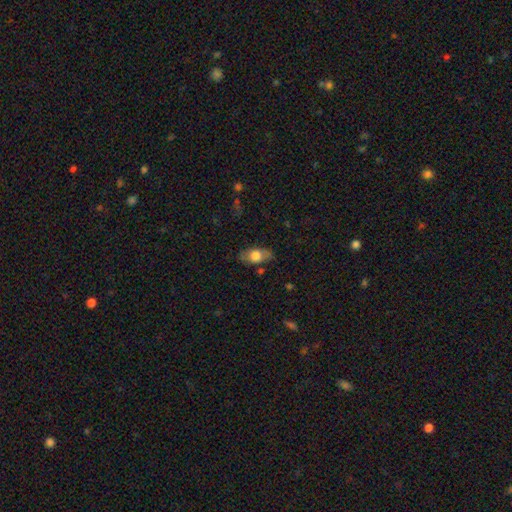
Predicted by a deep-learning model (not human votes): smooth-or-featured: smooth: 67% | featured or disk: 26% | star or artifact: 7%
  how-rounded: in between: 86% | round: 8% | cigar-shaped: 6%
  merging: none: 75% | minor disturbance: 19% | major disturbance: 5% | merger: 2%